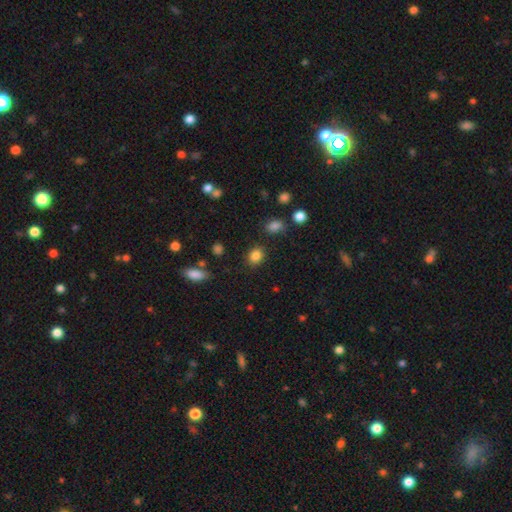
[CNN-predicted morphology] Overall: smooth (84%). How rounded: round (57%; in between 42%). Merging: none (84%).